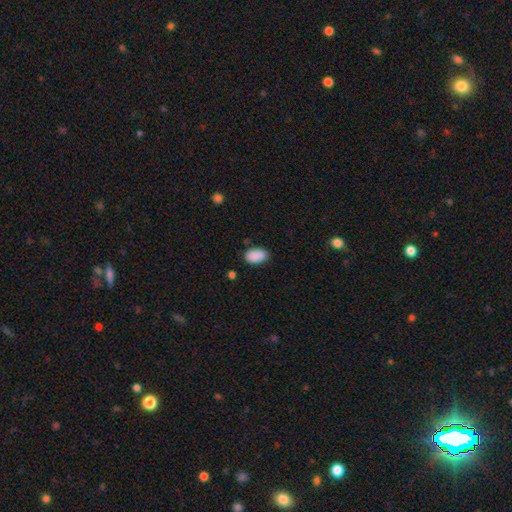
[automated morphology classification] smooth_or_featured: smooth (p=0.89) [alt: star or artifact p=0.07]
how_rounded: in between (p=0.93) [alt: round p=0.06]
merging: none (p=0.80) [alt: minor disturbance p=0.15]